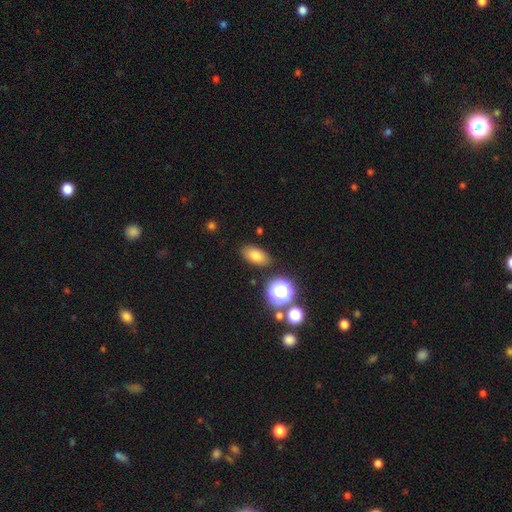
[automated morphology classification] type=smooth (77%); roundness=in between (87%); merging=none (85%).